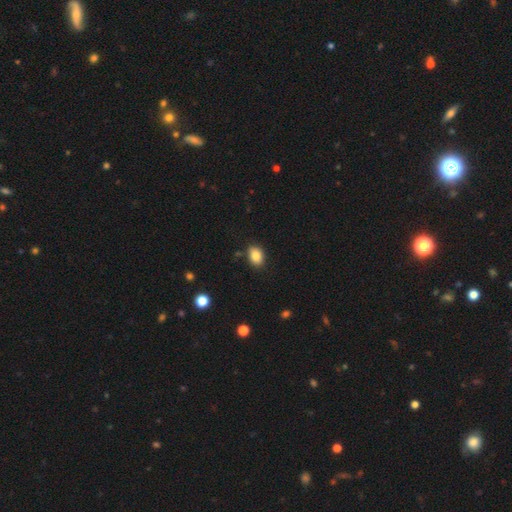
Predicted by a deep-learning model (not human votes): Smooth or featured? Predicted: smooth (p=0.86). How rounded? Predicted: in between (p=0.75). Merging? Predicted: none (p=0.83).